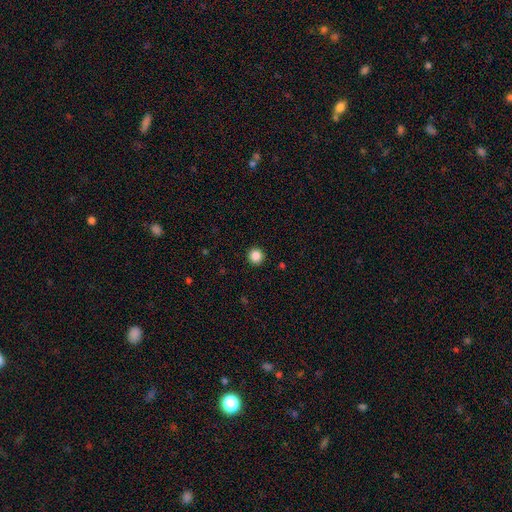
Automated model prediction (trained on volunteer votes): smooth 86%, star or artifact 11%, featured or disk 3%. Down the decision tree: how rounded — round (95%); merging — none (93%).